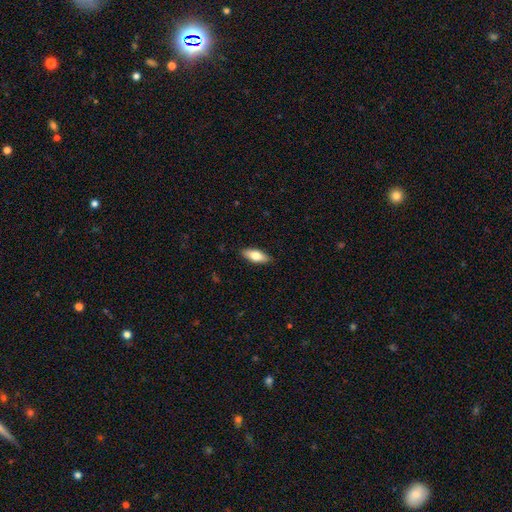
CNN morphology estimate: Smooth or featured?
  - smooth: 69% *
  - featured or disk: 25%
  - star or artifact: 6%
How rounded?
  - in between: 73% *
  - cigar-shaped: 25%
  - round: 3%
Merging?
  - none: 88% *
  - minor disturbance: 9%
  - major disturbance: 2%
  - merger: 1%